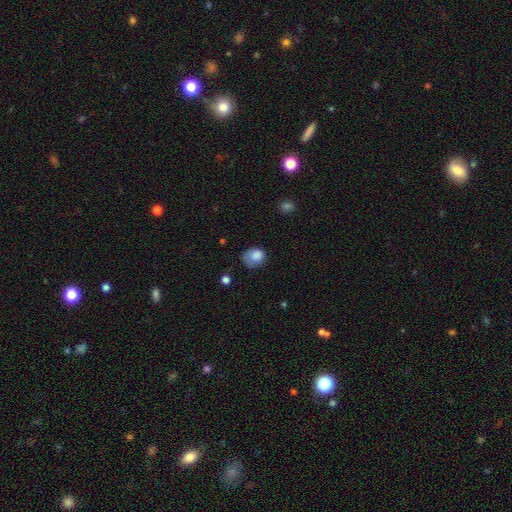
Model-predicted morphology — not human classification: Smooth or featured: smooth — 83% (star or artifact — 9%)
How rounded: in between — 51% (round — 48%)
Merging: none — 46% (minor disturbance — 35%)